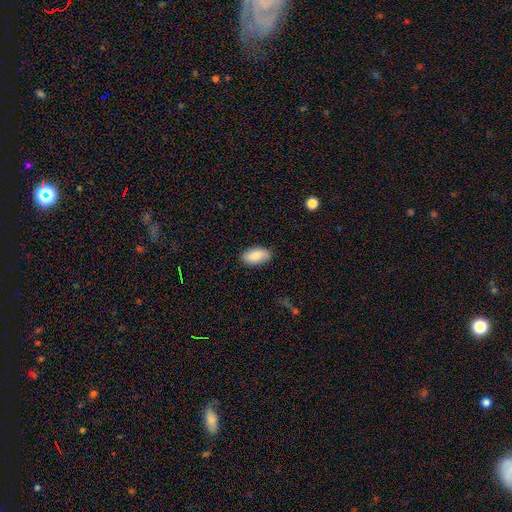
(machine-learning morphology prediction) Smooth or featured: smooth — 84% (featured or disk — 10%)
How rounded: in between — 94% (round — 3%)
Merging: none — 87% (minor disturbance — 10%)